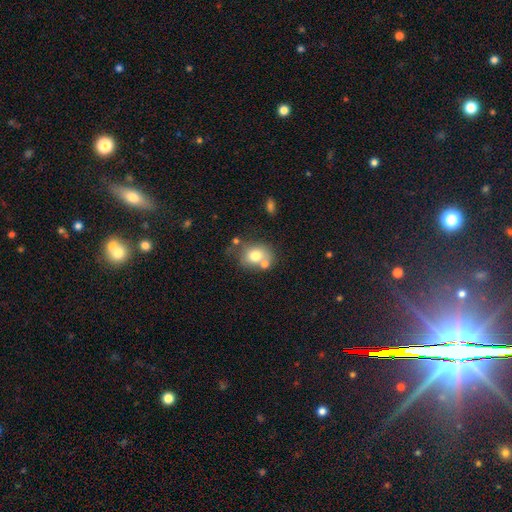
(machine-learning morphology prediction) Smooth or featured?
  - smooth: 72% *
  - featured or disk: 18%
  - star or artifact: 10%
How rounded?
  - round: 55% *
  - in between: 44%
  - cigar-shaped: 1%
Merging?
  - none: 50% *
  - merger: 26%
  - minor disturbance: 17%
  - major disturbance: 7%